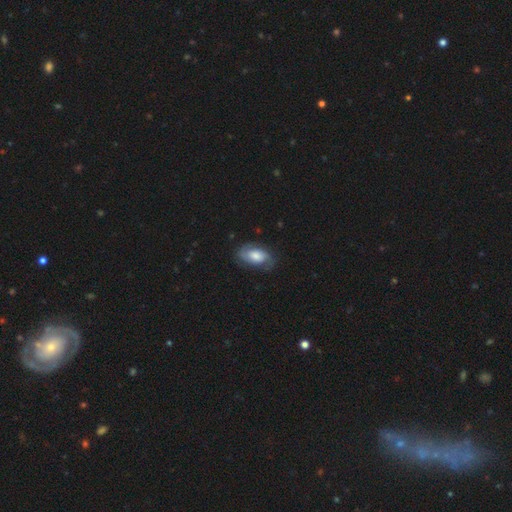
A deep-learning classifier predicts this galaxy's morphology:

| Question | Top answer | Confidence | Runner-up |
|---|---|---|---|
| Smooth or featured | featured or disk | 52% | smooth (41%) |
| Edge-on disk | no | 95% | yes (5%) |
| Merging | none | 70% | minor disturbance (21%) |